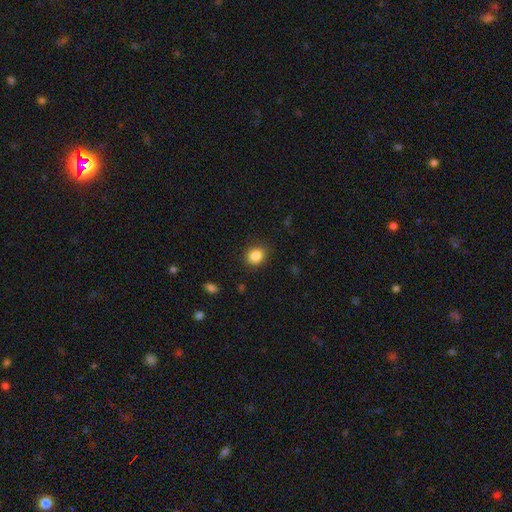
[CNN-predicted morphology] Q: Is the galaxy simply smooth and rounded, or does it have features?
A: smooth — 86%.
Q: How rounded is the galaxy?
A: round — 65%.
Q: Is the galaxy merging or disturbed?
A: none — 86%.